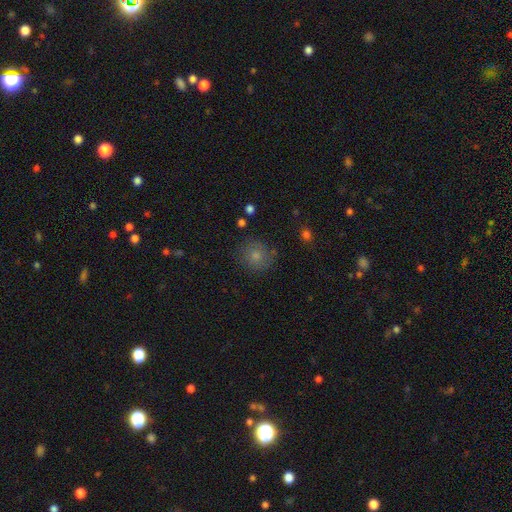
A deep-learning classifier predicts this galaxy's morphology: The model was most divided on "merging": none: 80%, minor disturbance: 13%, major disturbance: 4%, merger: 2%. More confident: how rounded — round (87%); smooth or featured — smooth (79%).